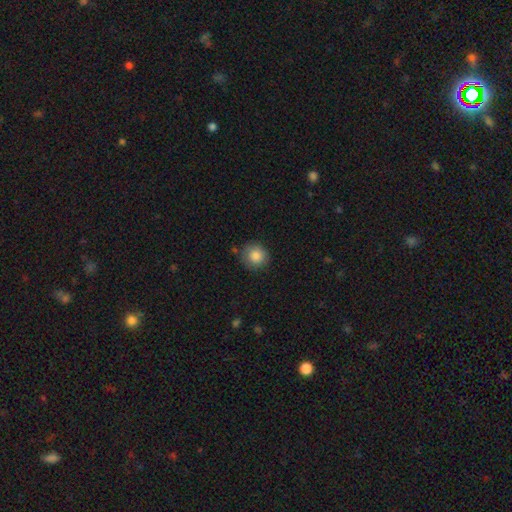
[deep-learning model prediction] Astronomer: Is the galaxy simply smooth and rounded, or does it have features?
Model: smooth — 86%.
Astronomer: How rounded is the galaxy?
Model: round — 90%.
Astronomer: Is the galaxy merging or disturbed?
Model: none — 83%.